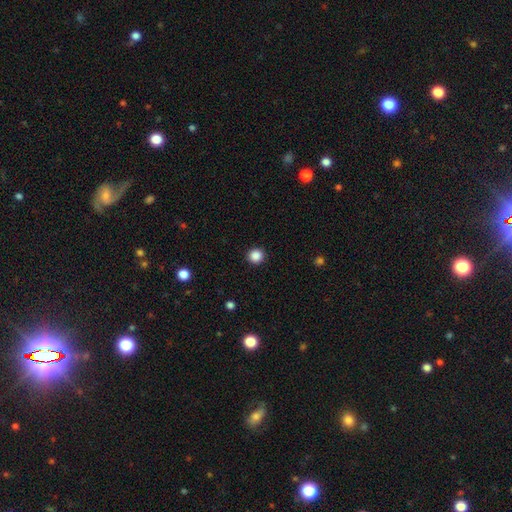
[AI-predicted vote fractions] The model was most divided on "smooth or featured": smooth: 87%, star or artifact: 10%, featured or disk: 2%. More confident: how rounded — round (94%); merging — none (92%).